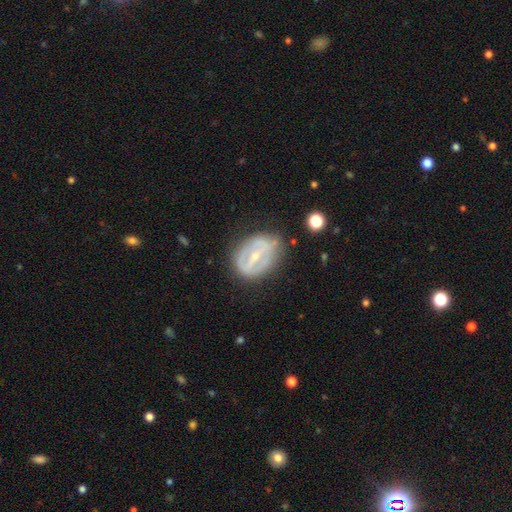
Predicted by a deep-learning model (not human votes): The model was most divided on "spiral arms": no: 58%, yes: 42%. More confident: edge-on disk — no (94%); smooth or featured — featured or disk (71%); merging — none (60%); bulge size — small (59%); bar — strong (51%).